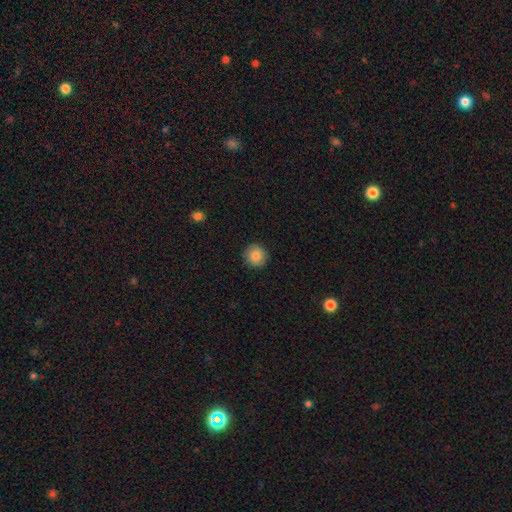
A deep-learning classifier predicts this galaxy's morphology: Smooth or featured? Predicted: smooth (p=0.84). How rounded? Predicted: round (p=0.92). Merging? Predicted: none (p=0.90).